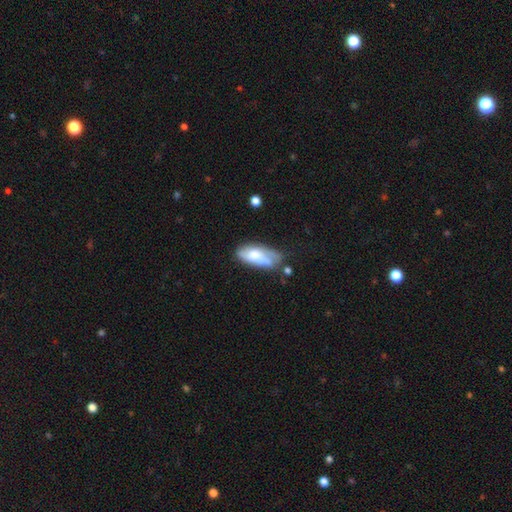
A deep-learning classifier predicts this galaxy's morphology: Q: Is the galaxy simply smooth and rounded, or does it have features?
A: smooth — 57%.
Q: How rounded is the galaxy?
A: in between — 83%.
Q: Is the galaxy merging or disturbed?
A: none — 40%.